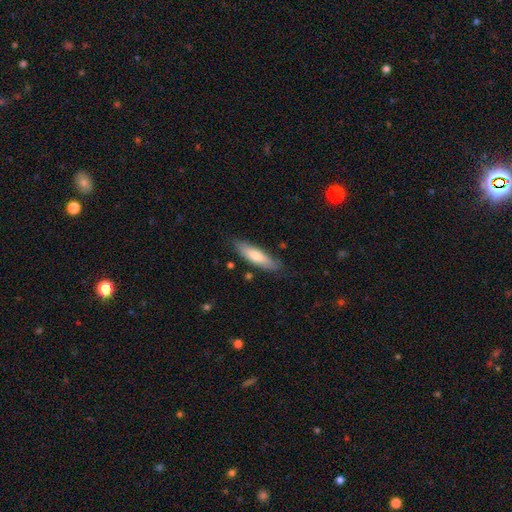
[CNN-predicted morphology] Smooth or featured?
  - smooth: 69% *
  - featured or disk: 25%
  - star or artifact: 6%
How rounded?
  - cigar-shaped: 66% *
  - in between: 33%
  - round: 2%
Merging?
  - none: 82% *
  - minor disturbance: 14%
  - major disturbance: 3%
  - merger: 2%